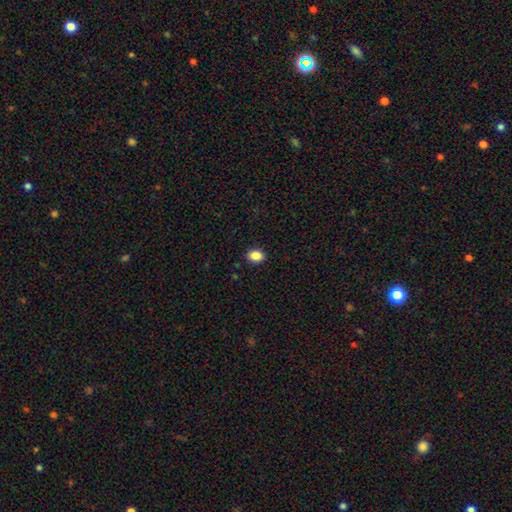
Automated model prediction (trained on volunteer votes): Smooth or featured: smooth — 86% (star or artifact — 9%)
How rounded: in between — 70% (round — 28%)
Merging: none — 90% (minor disturbance — 7%)